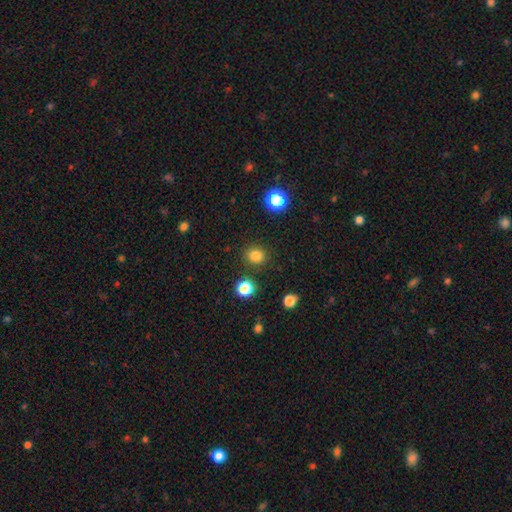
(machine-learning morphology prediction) Smooth or featured: smooth — 82% (star or artifact — 14%)
How rounded: round — 86% (in between — 13%)
Merging: none — 87% (minor disturbance — 7%)